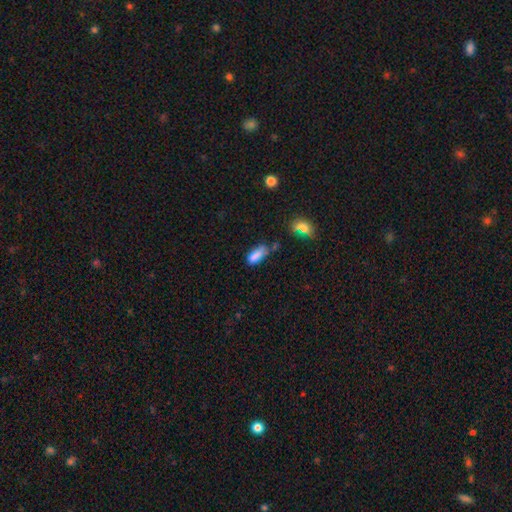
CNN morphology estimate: smooth 79%, star or artifact 11%, featured or disk 10%. Down the decision tree: how rounded — in between (70%); merging — none (41%).